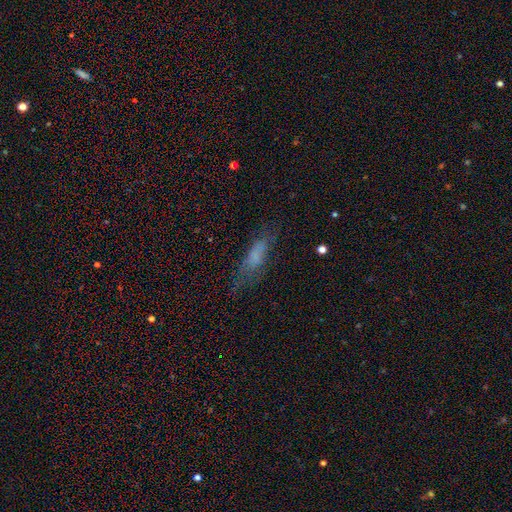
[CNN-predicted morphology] Smooth or featured: smooth — 61% (featured or disk — 27%)
How rounded: cigar-shaped — 52% (in between — 45%)
Merging: none — 58% (minor disturbance — 25%)